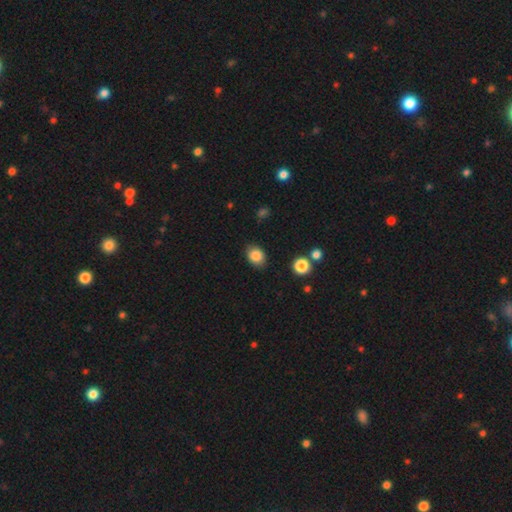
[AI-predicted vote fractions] Q: Smooth or featured?
A: smooth (85%); runner-up: star or artifact (9%)
Q: How rounded?
A: in between (61%); runner-up: round (38%)
Q: Merging?
A: none (82%); runner-up: minor disturbance (13%)